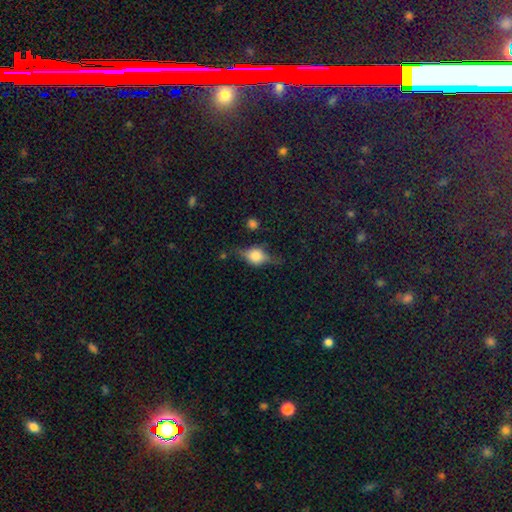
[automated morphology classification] Smooth or featured? Predicted: featured or disk (p=0.52). Edge-on disk? Predicted: yes (p=0.90). Merging? Predicted: none (p=0.66).